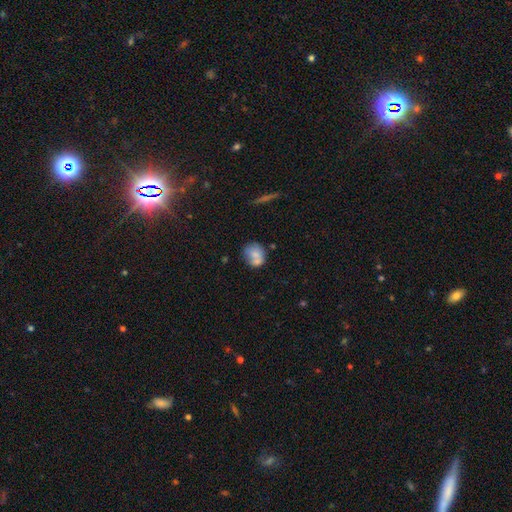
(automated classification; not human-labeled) Smooth or featured? Predicted: smooth (p=0.68). How rounded? Predicted: round (p=0.66). Merging? Predicted: none (p=0.43).